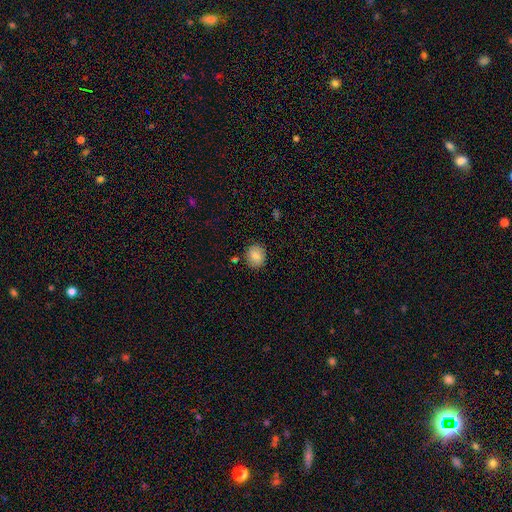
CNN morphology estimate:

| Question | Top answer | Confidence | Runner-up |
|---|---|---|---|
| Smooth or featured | smooth | 85% | star or artifact (8%) |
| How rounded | round | 70% | in between (29%) |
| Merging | none | 86% | minor disturbance (10%) |